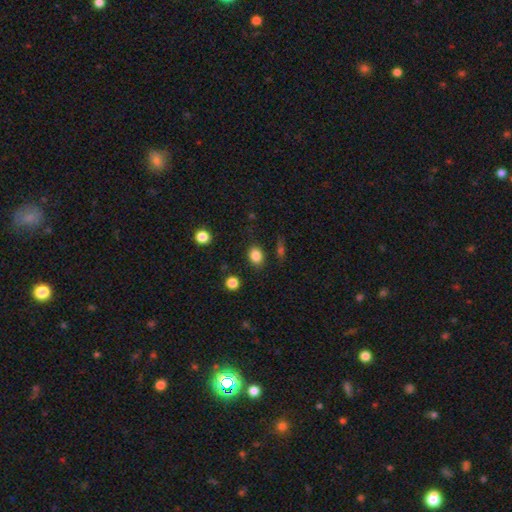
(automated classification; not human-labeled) The model was most divided on "how rounded": in between: 53%, round: 46%, cigar-shaped: 1%. More confident: smooth or featured — smooth (84%); merging — none (83%).